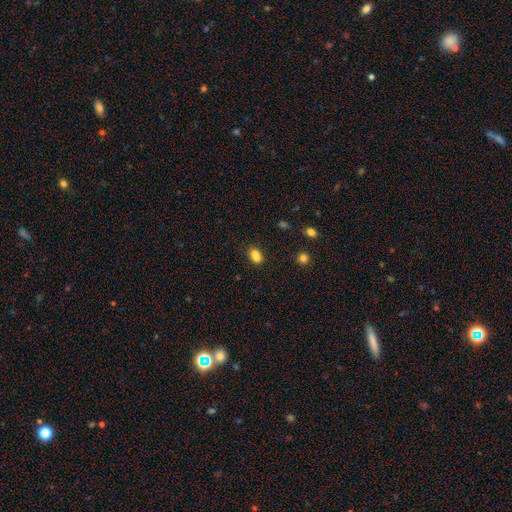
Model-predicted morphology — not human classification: smooth_or_featured: smooth (p=0.82) [alt: star or artifact p=0.12]
how_rounded: in between (p=0.81) [alt: round p=0.16]
merging: none (p=0.67) [alt: minor disturbance p=0.17]